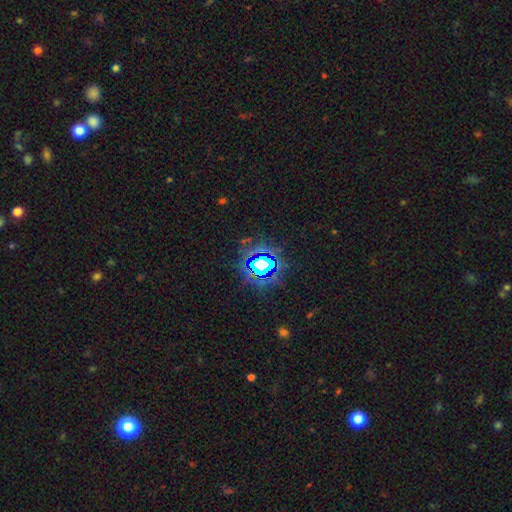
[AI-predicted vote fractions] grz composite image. It shows a star or artifact, not a galaxy (82%).